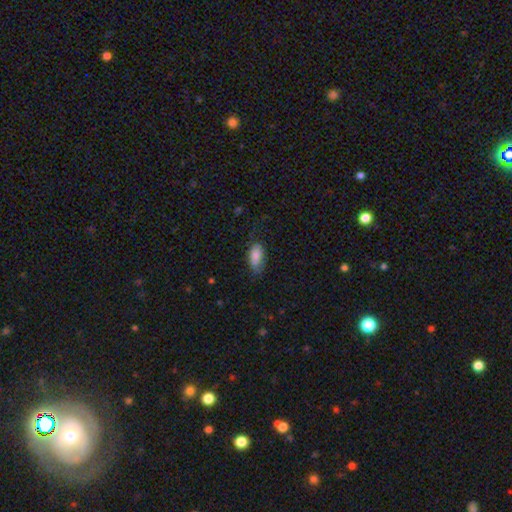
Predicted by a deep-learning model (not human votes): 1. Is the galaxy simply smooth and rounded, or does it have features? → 81% smooth, 12% featured or disk, 7% star or artifact.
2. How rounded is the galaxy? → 90% in between, 7% cigar-shaped, 3% round.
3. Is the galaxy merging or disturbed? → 61% none, 28% minor disturbance, 9% major disturbance, 2% merger.